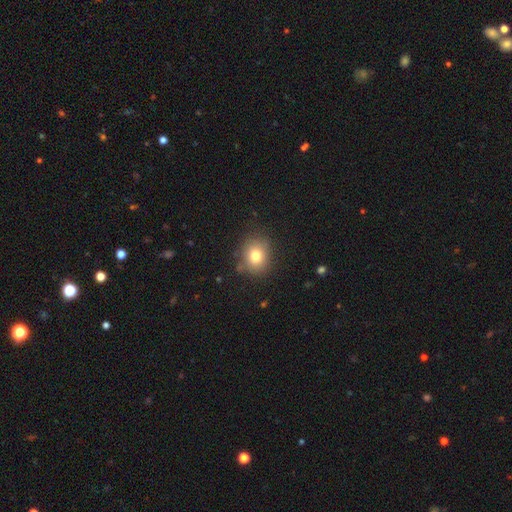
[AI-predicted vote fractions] Q: Smooth or featured?
A: smooth (78%); runner-up: star or artifact (12%)
Q: How rounded?
A: round (68%); runner-up: in between (31%)
Q: Merging?
A: none (82%); runner-up: minor disturbance (12%)